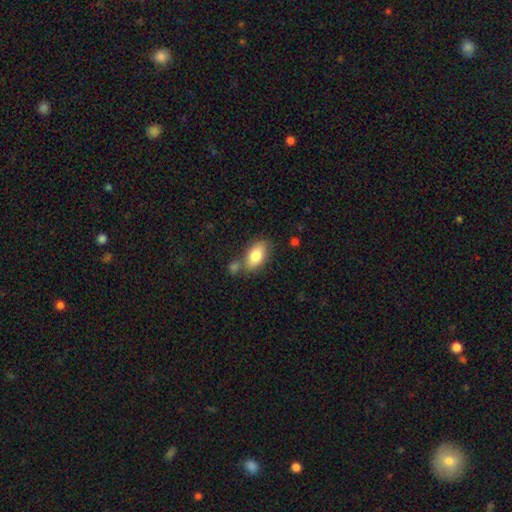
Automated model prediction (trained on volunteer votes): Smooth or featured? Predicted: smooth (p=0.80). How rounded? Predicted: in between (p=0.91). Merging? Predicted: none (p=0.64).